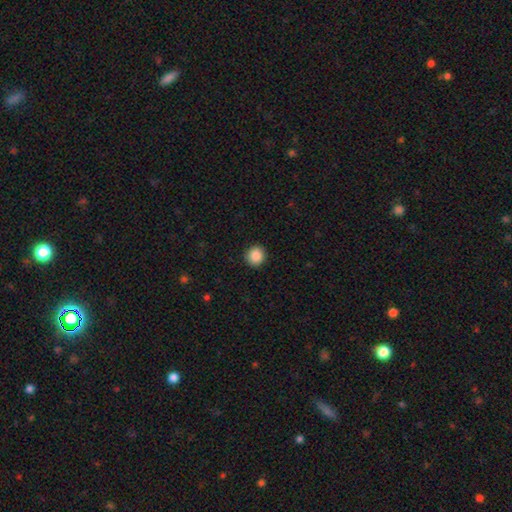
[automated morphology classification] A smooth galaxy with no disk features (89%) that is round (90%). Merging: none (91%).